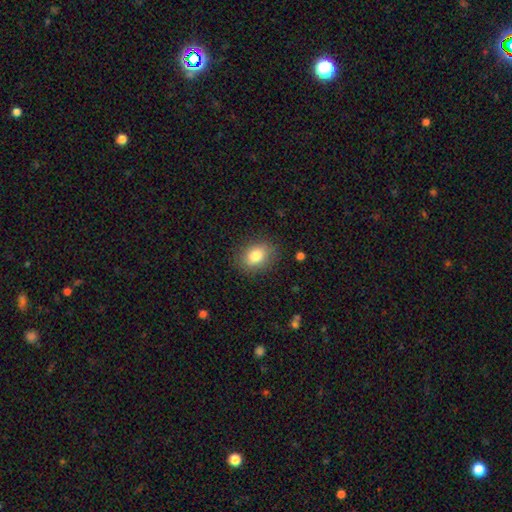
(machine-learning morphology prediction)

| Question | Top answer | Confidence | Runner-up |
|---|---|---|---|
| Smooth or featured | smooth | 81% | featured or disk (10%) |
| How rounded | in between | 68% | round (30%) |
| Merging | none | 85% | minor disturbance (11%) |